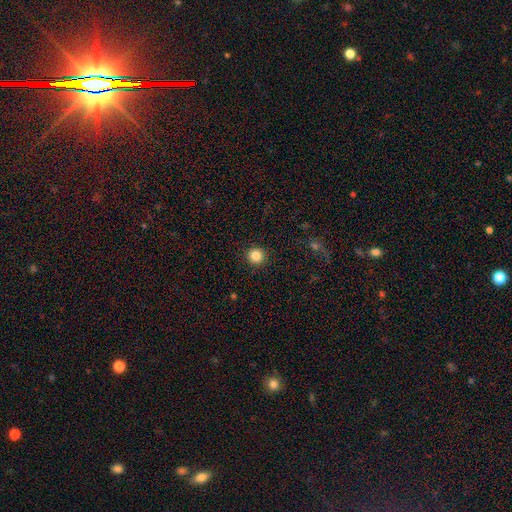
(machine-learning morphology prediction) A smooth galaxy with no disk features (84%) that is round (95%).

Vote fractions:
- Smooth or featured? smooth: 84% / star or artifact: 11% / featured or disk: 5%
- How rounded? round: 95% / in between: 4% / cigar-shaped: 1%
- Merging? none: 93% / minor disturbance: 4% / major disturbance: 2% / merger: 1%